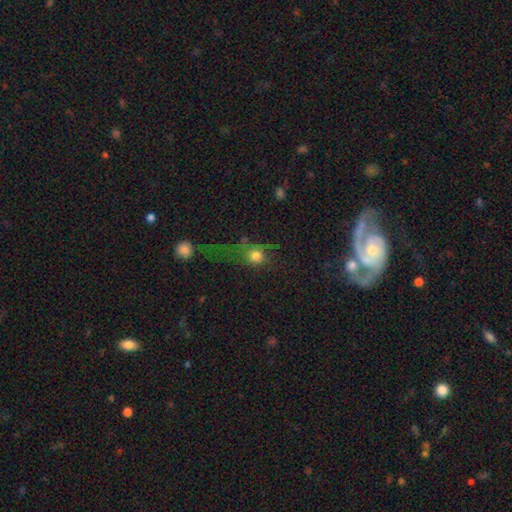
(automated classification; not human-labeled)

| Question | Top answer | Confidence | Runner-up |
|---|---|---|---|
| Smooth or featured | smooth | 75% | star or artifact (14%) |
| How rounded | round | 81% | in between (16%) |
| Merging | none | 45% | major disturbance (28%) |